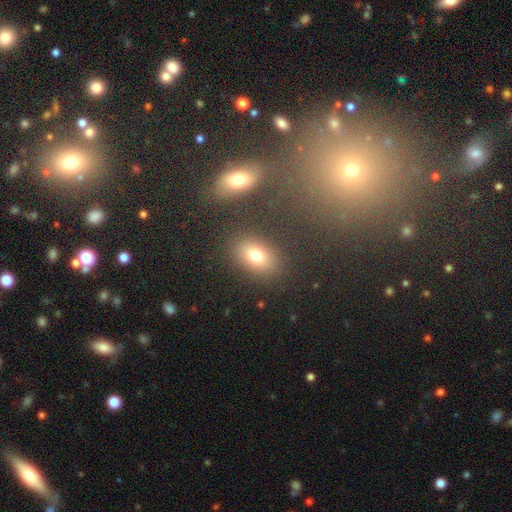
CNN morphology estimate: Smooth or featured? smooth (76%)
How rounded? in between (75%)
Merging? none (83%)